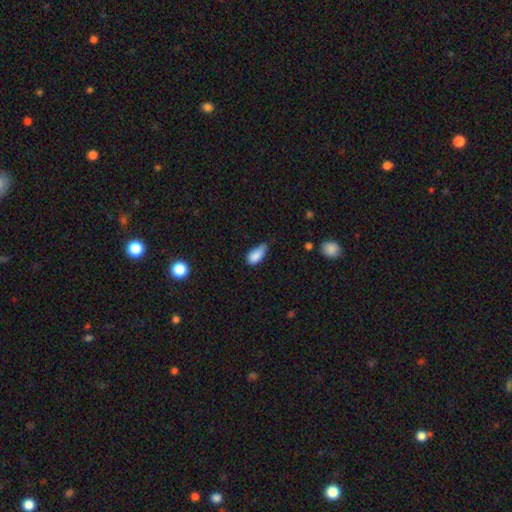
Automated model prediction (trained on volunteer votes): smooth-or-featured: smooth: 85% | star or artifact: 8% | featured or disk: 7%
  how-rounded: in between: 90% | cigar-shaped: 6% | round: 4%
  merging: minor disturbance: 52% | none: 32% | major disturbance: 12% | merger: 3%